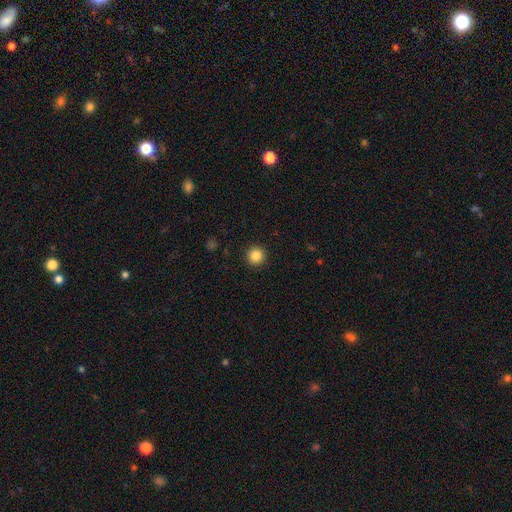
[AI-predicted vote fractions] Smooth or featured?
  - smooth: 85% *
  - star or artifact: 11%
  - featured or disk: 5%
How rounded?
  - round: 96% *
  - in between: 3%
  - cigar-shaped: 1%
Merging?
  - none: 93% *
  - minor disturbance: 4%
  - major disturbance: 2%
  - merger: 1%